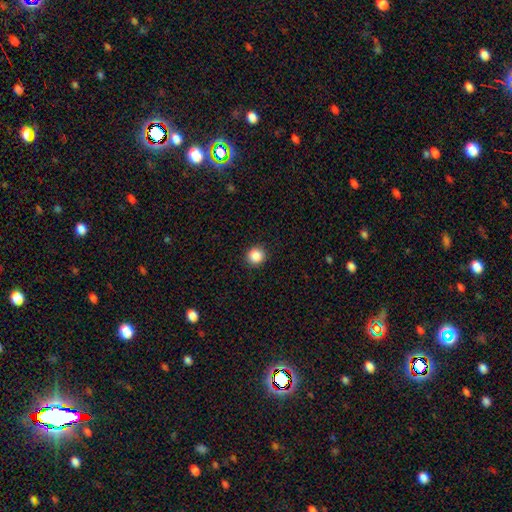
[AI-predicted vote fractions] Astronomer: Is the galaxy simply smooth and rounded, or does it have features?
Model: smooth — 87%.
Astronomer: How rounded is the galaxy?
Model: round — 90%.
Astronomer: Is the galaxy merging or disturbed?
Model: none — 92%.